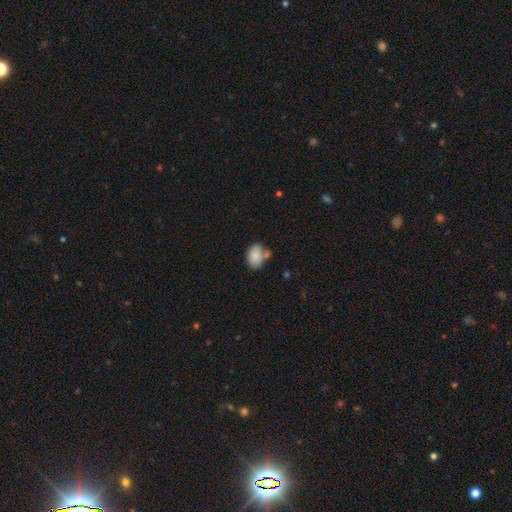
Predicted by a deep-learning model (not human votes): Smooth or featured: smooth — 83% (featured or disk — 9%)
How rounded: in between — 71% (round — 28%)
Merging: none — 48% (minor disturbance — 23%)